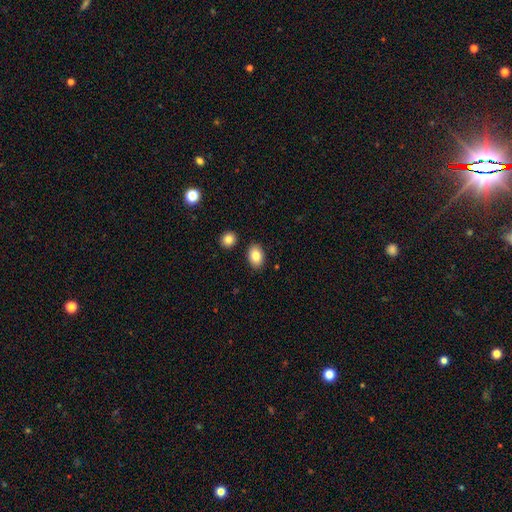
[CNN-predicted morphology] type=smooth (84%); roundness=in between (84%); merging=none (86%).